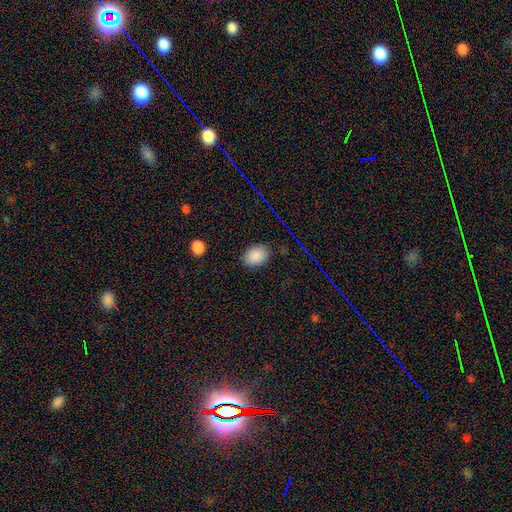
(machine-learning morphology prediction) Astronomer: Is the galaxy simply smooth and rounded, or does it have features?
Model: smooth — 85%.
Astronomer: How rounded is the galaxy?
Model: in between — 76%.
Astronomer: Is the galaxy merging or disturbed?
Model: none — 84%.